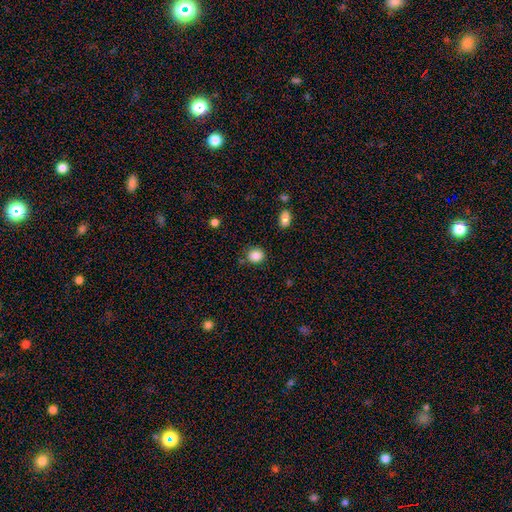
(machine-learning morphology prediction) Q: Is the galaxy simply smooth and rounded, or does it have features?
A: smooth — 86%.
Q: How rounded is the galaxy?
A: round — 75%.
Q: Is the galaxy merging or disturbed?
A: none — 83%.